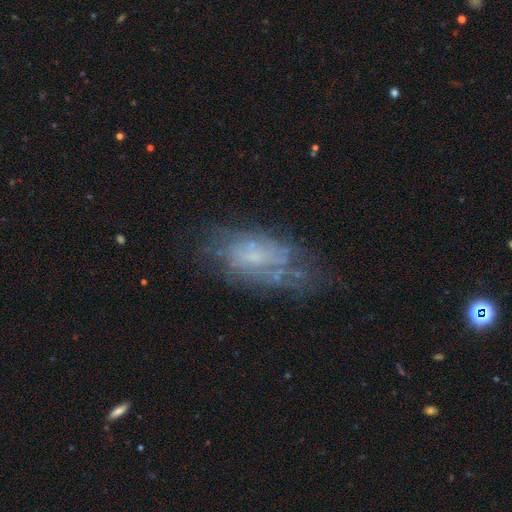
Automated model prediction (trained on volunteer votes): Smooth or featured? Predicted: featured or disk (p=0.57). Edge-on disk? Predicted: no (p=0.93). Bar? Predicted: no (p=0.72). Spiral arms? Predicted: no (p=0.57). Bulge size? Predicted: small (p=0.43). Merging? Predicted: none (p=0.53).